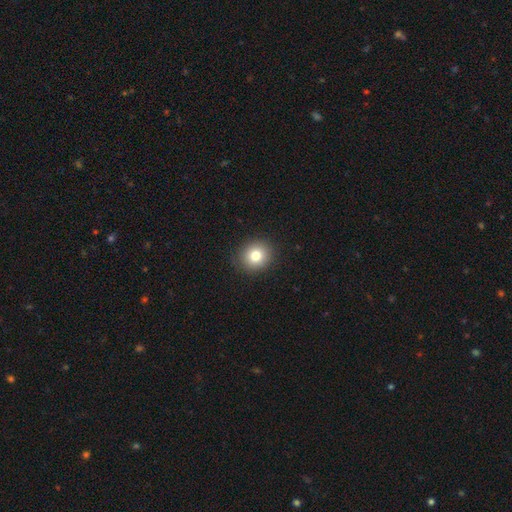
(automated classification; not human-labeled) smooth_or_featured: smooth (p=0.79) [alt: star or artifact p=0.11]
how_rounded: round (p=0.84) [alt: in between p=0.15]
merging: none (p=0.90) [alt: minor disturbance p=0.06]